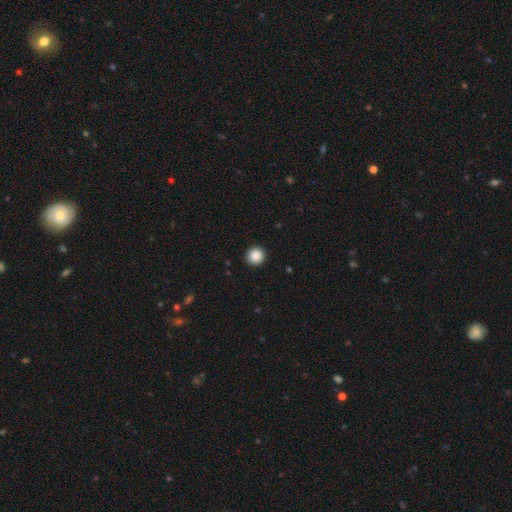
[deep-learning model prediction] Q: Smooth or featured?
A: smooth (88%); runner-up: star or artifact (9%)
Q: How rounded?
A: round (95%); runner-up: in between (4%)
Q: Merging?
A: none (93%); runner-up: minor disturbance (5%)